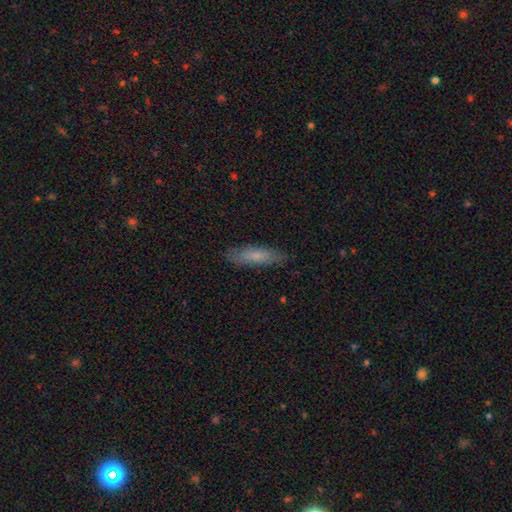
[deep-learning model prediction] Q: Smooth or featured?
A: smooth (70%); runner-up: featured or disk (24%)
Q: How rounded?
A: cigar-shaped (65%); runner-up: in between (33%)
Q: Merging?
A: none (83%); runner-up: minor disturbance (13%)